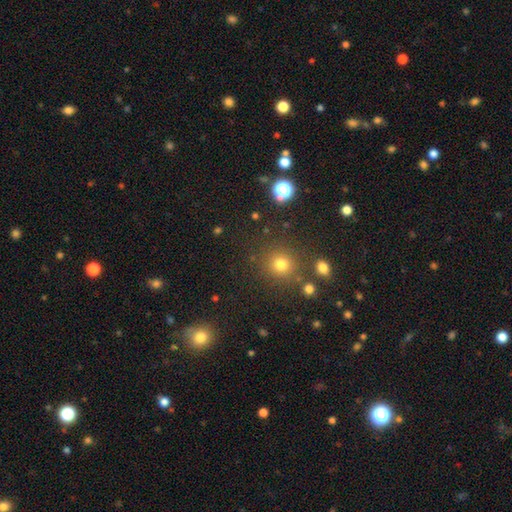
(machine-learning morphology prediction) Smooth or featured? Predicted: smooth (p=0.53). How rounded? Predicted: round (p=0.92). Merging? Predicted: none (p=0.86).